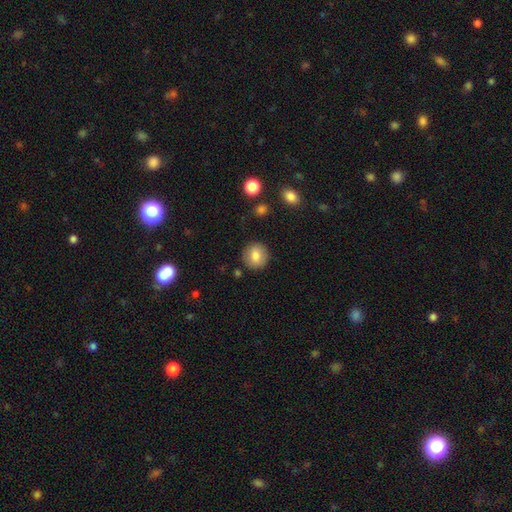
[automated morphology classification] A smooth galaxy with no disk features (81%) that is round (90%). Merging: none (88%).